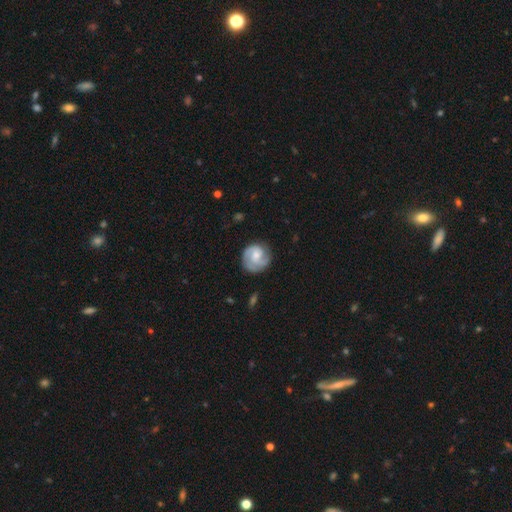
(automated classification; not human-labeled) A featured or disk galaxy (77%) with no bar (60%), 2 (63%) tight (51%) spiral arms (96%) and a small central bulge (43%).

Vote fractions:
- Smooth or featured? featured or disk: 77% / smooth: 18% / star or artifact: 5%
- Edge-on disk? no: 98% / yes: 2%
- Bar? no: 60% / weak: 34% / strong: 6%
- Spiral arms? yes: 96% / no: 4%
- Spiral winding? tight: 51% / medium: 38% / loose: 10%
- Spiral arm count? 2: 63% / 3: 15% / can't tell: 10% / 1: 8% / 4: 2% / more than 4: 2%
- Bulge size? small: 43% / moderate: 41% / none: 10% / large: 5% / dominant: 1%
- Merging? none: 77% / minor disturbance: 16% / major disturbance: 6% / merger: 1%